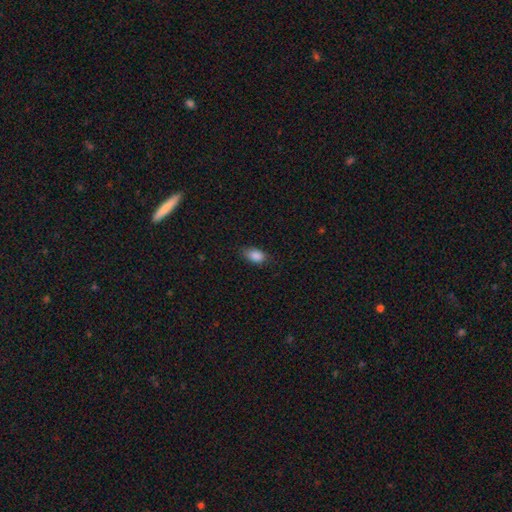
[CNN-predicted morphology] The model was most divided on "merging": none: 75%, minor disturbance: 21%, major disturbance: 4%, merger: 1%. More confident: how rounded — in between (88%); smooth or featured — smooth (87%).